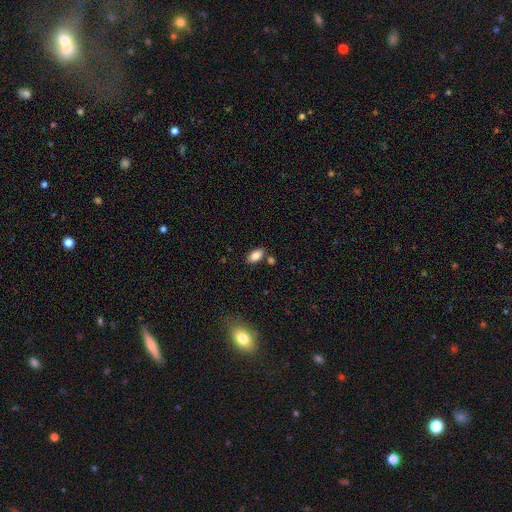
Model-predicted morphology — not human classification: A smooth galaxy with no disk features (85%) that is in between round and cigar-shaped (92%).

Vote fractions:
- Smooth or featured? smooth: 85% / star or artifact: 8% / featured or disk: 7%
- How rounded? in between: 92% / cigar-shaped: 5% / round: 4%
- Merging? none: 78% / minor disturbance: 11% / merger: 8% / major disturbance: 3%